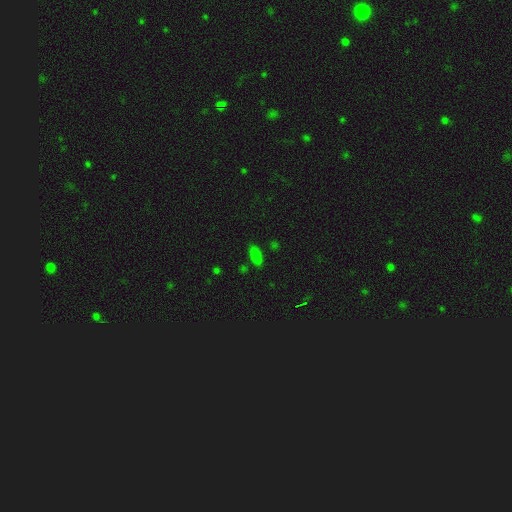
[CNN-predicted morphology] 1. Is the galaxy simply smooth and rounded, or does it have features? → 81% smooth, 14% star or artifact, 4% featured or disk.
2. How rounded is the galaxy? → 72% in between, 25% cigar-shaped, 3% round.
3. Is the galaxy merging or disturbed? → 84% none, 11% minor disturbance, 3% major disturbance, 2% merger.